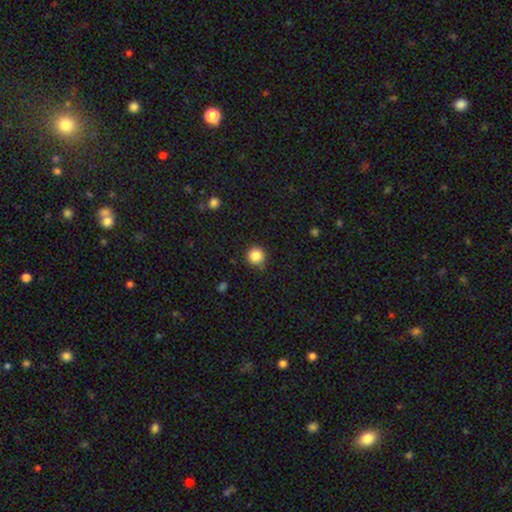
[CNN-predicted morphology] Overall: smooth (86%). How rounded: round (95%). Merging: none (86%).